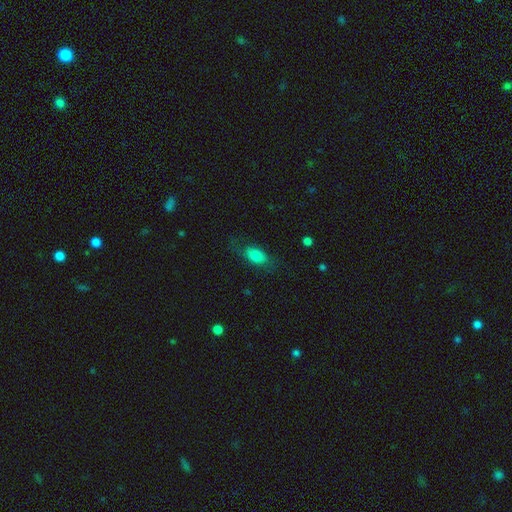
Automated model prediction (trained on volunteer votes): smooth_or_featured: smooth (p=0.75) [alt: featured or disk p=0.17]
how_rounded: in between (p=0.85) [alt: round p=0.08]
merging: none (p=0.66) [alt: minor disturbance p=0.21]